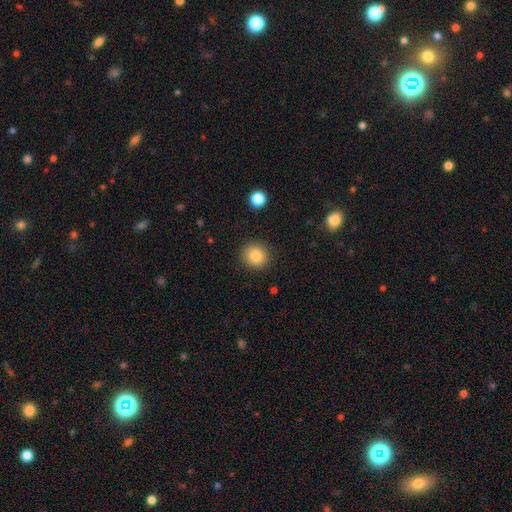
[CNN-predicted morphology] This appears to be a smooth galaxy with no disk features (85%) that is round (86%). Merging: none (89%).